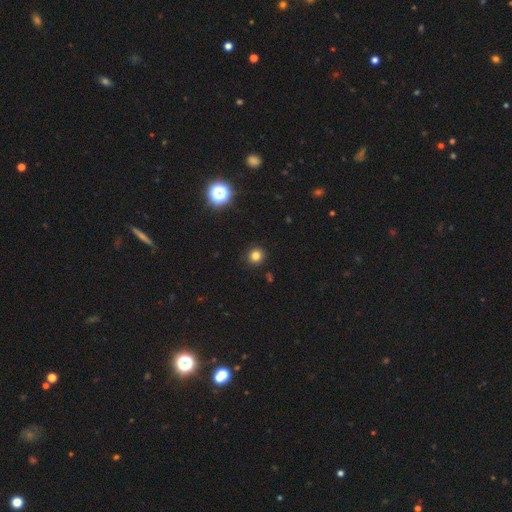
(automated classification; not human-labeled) smooth_or_featured: smooth (p=0.81) [alt: star or artifact p=0.15]
how_rounded: round (p=0.93) [alt: in between p=0.06]
merging: none (p=0.92) [alt: minor disturbance p=0.05]